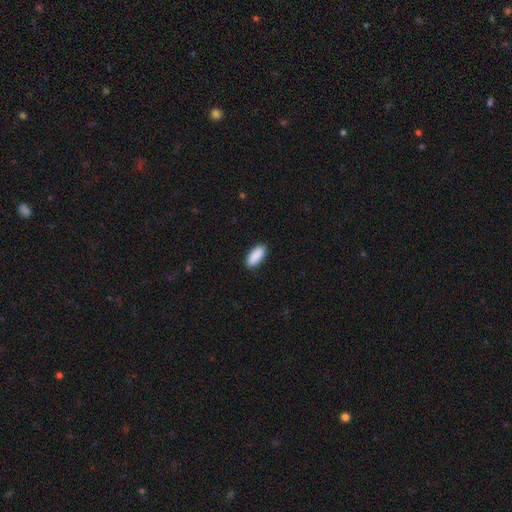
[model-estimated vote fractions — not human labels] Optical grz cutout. It shows a smooth galaxy with no disk features (91%) that is in between round and cigar-shaped (84%). Merging: none (90%).